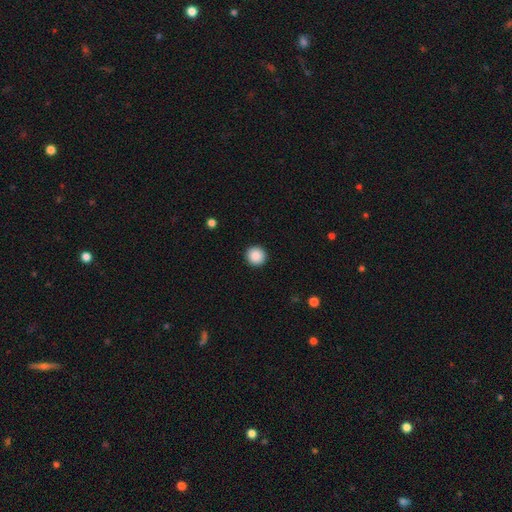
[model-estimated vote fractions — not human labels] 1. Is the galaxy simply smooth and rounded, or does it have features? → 89% smooth, 8% star or artifact, 3% featured or disk.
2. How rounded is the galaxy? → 94% round, 5% in between, 1% cigar-shaped.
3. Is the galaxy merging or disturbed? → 93% none, 5% minor disturbance, 2% major disturbance, 1% merger.